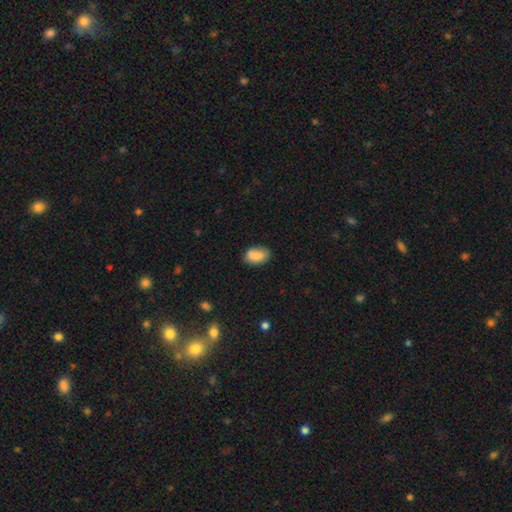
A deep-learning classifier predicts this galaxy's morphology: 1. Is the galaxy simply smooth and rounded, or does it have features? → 84% smooth, 9% featured or disk, 8% star or artifact.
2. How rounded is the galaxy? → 89% in between, 10% round, 1% cigar-shaped.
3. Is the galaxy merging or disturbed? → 72% none, 21% minor disturbance, 4% major disturbance, 3% merger.